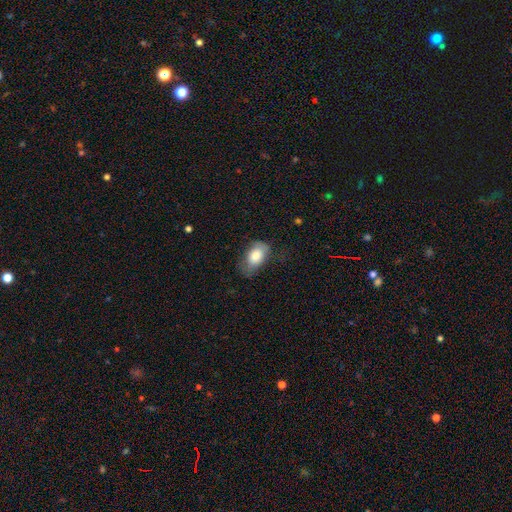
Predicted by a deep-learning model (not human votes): smooth_or_featured: smooth (p=0.78) [alt: featured or disk p=0.16]
how_rounded: in between (p=0.90) [alt: round p=0.08]
merging: none (p=0.52) [alt: minor disturbance p=0.31]